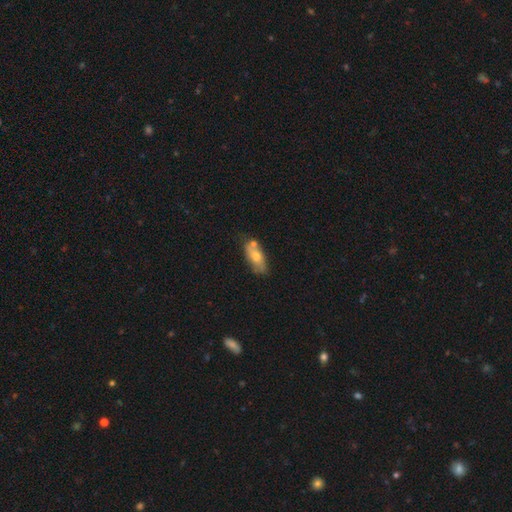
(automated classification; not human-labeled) Overall: smooth (58%; featured or disk 34%). How rounded: in between (76%). Merging: none (62%).